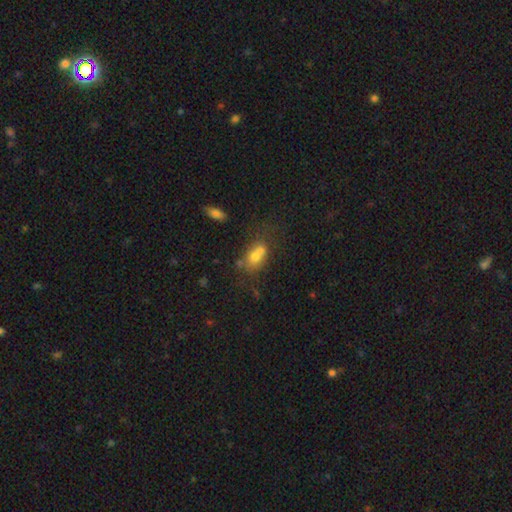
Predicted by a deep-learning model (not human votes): smooth 64%, featured or disk 22%, star or artifact 14%. Down the decision tree: how rounded — in between (69%); merging — merger (46%).